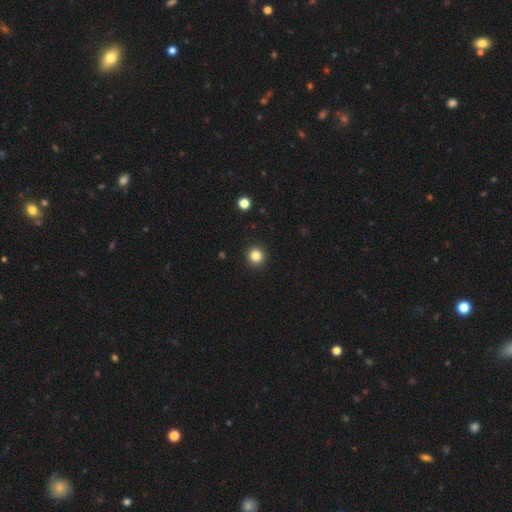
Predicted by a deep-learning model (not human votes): Smooth or featured?
  - smooth: 83% *
  - star or artifact: 12%
  - featured or disk: 5%
How rounded?
  - round: 95% *
  - in between: 4%
  - cigar-shaped: 1%
Merging?
  - none: 93% *
  - minor disturbance: 4%
  - major disturbance: 2%
  - merger: 1%